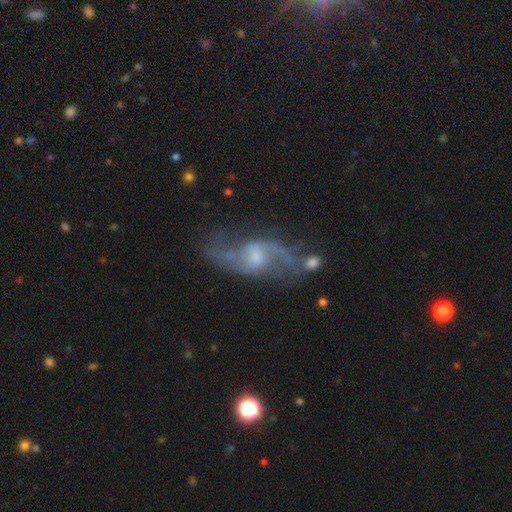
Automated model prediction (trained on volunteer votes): This is clearly a featured or disk galaxy (86%). It is clearly not viewed edge-on (95%). Bar: possibly weak (56%). Spiral arm pattern: clearly yes (94%). Spiral arm count: clearly 2 (89%). Spiral winding: likely loose (67%). Central bulge: possibly small (46%). Merging: possibly none (58%).